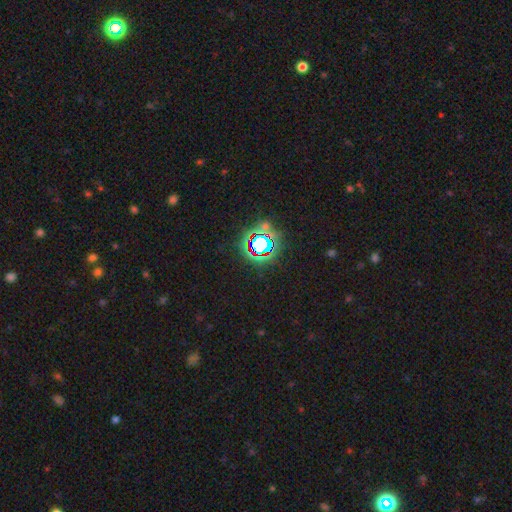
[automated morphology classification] This appears to be a star or artifact, not a galaxy (73%).